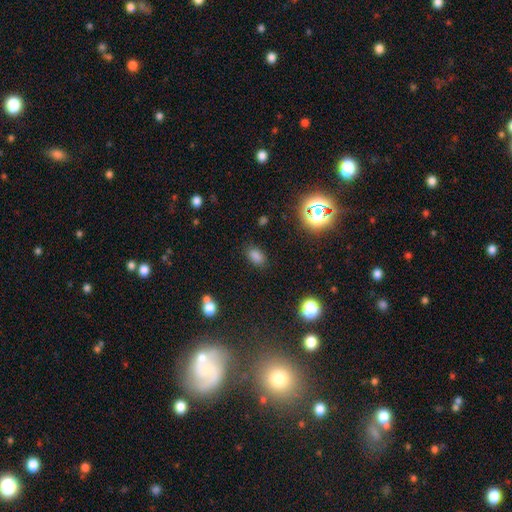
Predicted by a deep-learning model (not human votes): Smooth or featured: smooth — 77% (star or artifact — 18%)
How rounded: in between — 86% (round — 12%)
Merging: none — 84% (minor disturbance — 11%)